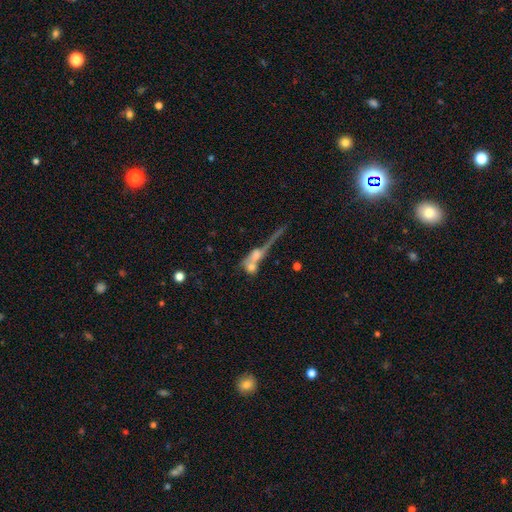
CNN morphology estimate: featured or disk 48%, smooth 36%, star or artifact 16%. Down the decision tree: merging — merger (46%).